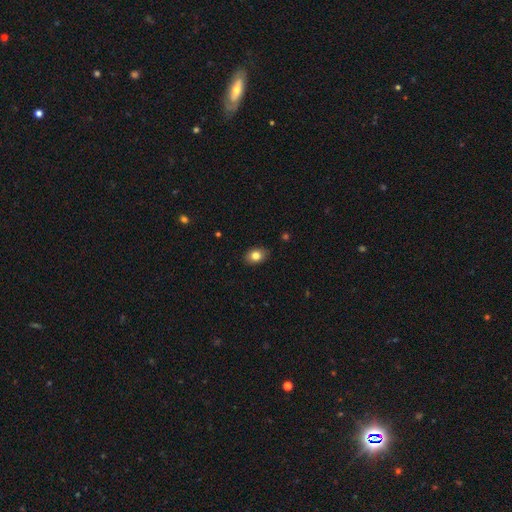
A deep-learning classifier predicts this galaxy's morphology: type=smooth (81%); roundness=in between (75%); merging=none (86%).